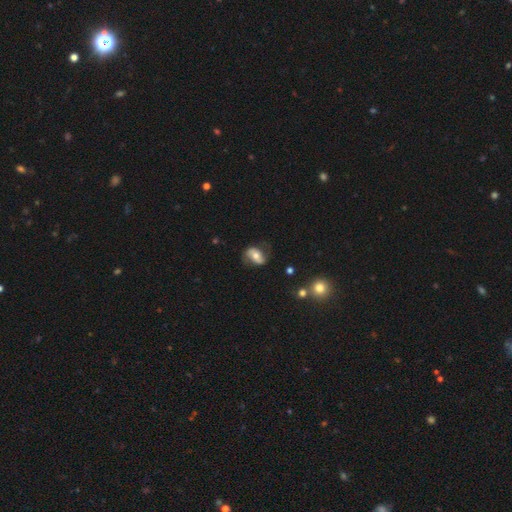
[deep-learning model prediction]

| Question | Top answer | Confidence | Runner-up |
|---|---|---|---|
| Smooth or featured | featured or disk | 58% | smooth (34%) |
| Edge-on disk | no | 95% | yes (5%) |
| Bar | no | 46% | weak (30%) |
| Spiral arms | yes | 82% | no (18%) |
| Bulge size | moderate | 65% | small (24%) |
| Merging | none | 67% | minor disturbance (21%) |